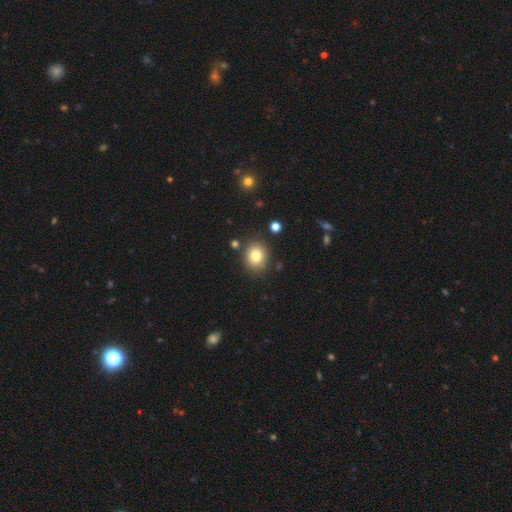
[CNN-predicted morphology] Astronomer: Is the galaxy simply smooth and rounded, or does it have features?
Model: smooth — 81%.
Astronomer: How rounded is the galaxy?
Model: round — 64%.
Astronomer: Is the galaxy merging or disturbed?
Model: none — 83%.